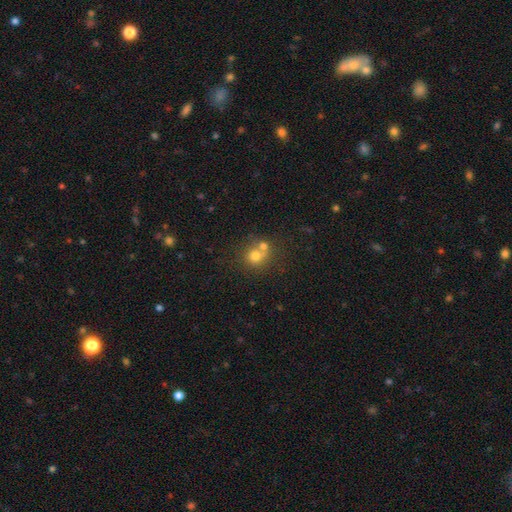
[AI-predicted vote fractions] The model was most divided on "merging" (2-way tie): none: 44%, merger: 44%, minor disturbance: 8%, major disturbance: 4%. More confident: how rounded — round (82%); smooth or featured — smooth (70%).